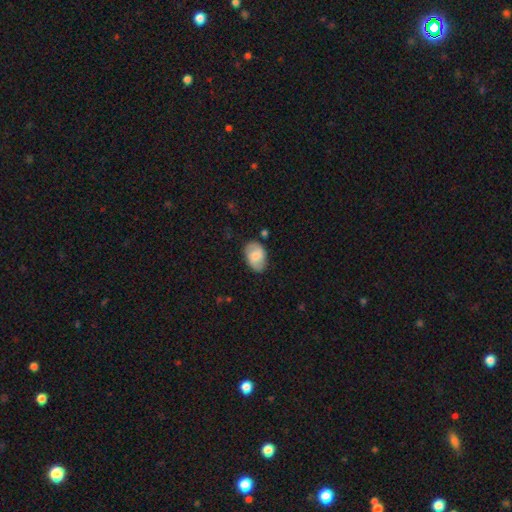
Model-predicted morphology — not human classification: smooth 61%, featured or disk 32%, star or artifact 7%. Down the decision tree: how rounded — in between (89%); merging — none (79%).